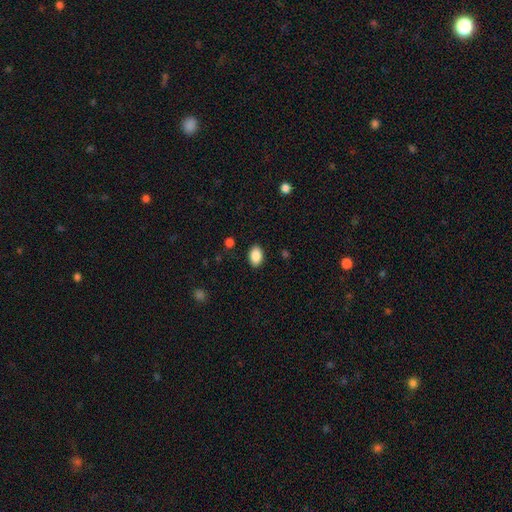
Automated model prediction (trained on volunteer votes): A smooth galaxy with no disk features (88%) that is in between round and cigar-shaped (85%). Merging: none (88%).